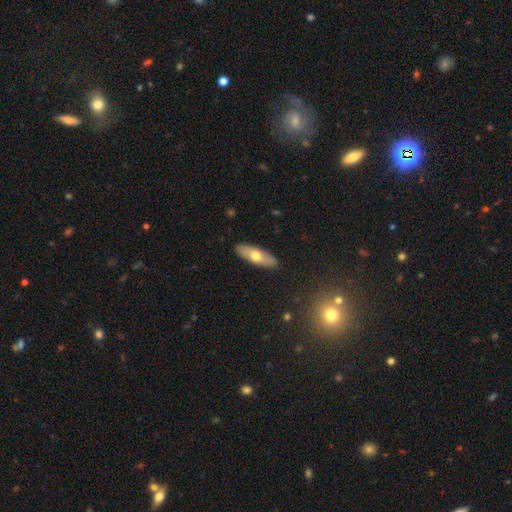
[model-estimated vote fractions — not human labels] Smooth or featured? Predicted: smooth (p=0.61). How rounded? Predicted: in between (p=0.53). Merging? Predicted: none (p=0.89).